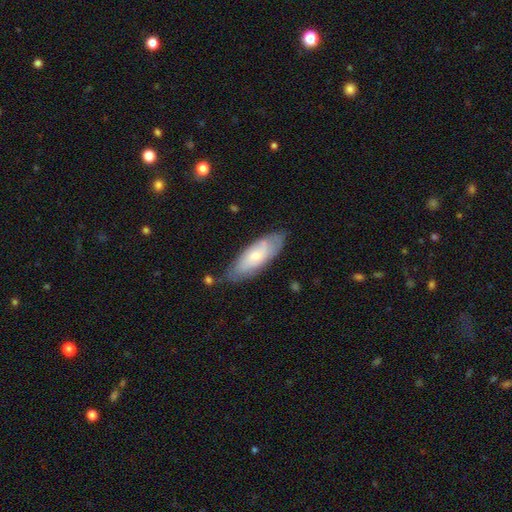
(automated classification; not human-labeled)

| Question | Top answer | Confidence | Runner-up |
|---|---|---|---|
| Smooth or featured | smooth | 55% | featured or disk (39%) |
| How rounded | in between | 68% | cigar-shaped (30%) |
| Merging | none | 72% | minor disturbance (21%) |